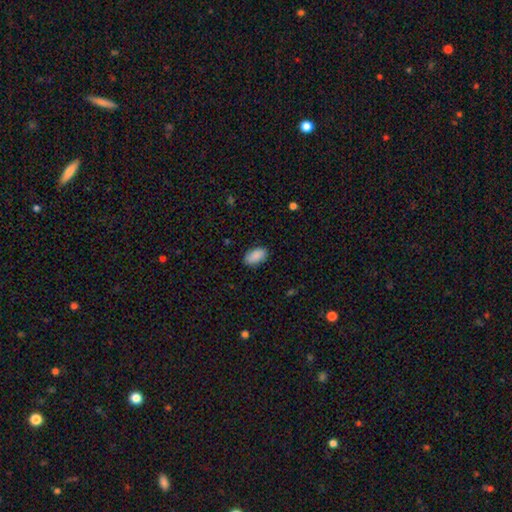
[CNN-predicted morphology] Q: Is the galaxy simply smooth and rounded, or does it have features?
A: smooth — 89%.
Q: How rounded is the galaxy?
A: in between — 94%.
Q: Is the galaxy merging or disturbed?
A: none — 84%.